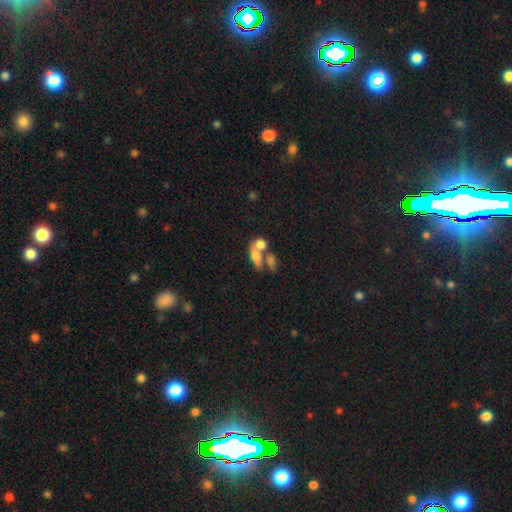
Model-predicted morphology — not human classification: Overall: smooth (65%). How rounded: in between (71%). Merging: merger (60%; none 23%).